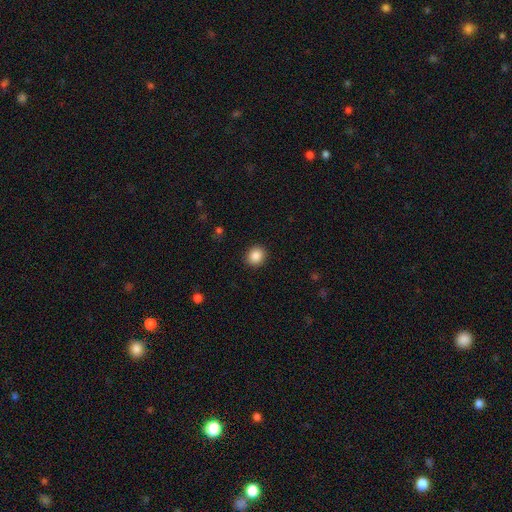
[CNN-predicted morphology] Smooth or featured: smooth — 88% (star or artifact — 9%)
How rounded: round — 81% (in between — 18%)
Merging: none — 91% (minor disturbance — 6%)